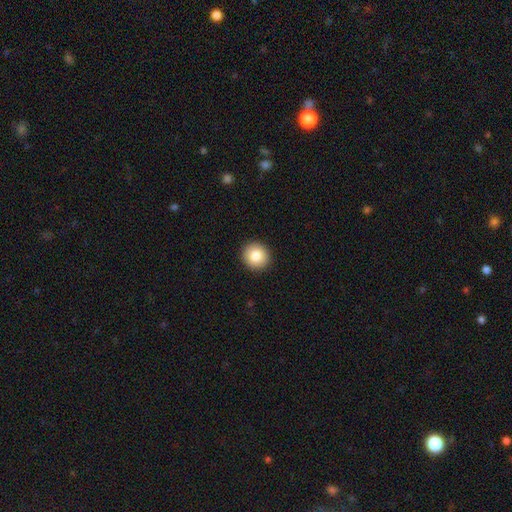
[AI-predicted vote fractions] Smooth or featured: smooth — 85% (star or artifact — 8%)
How rounded: round — 93% (in between — 6%)
Merging: none — 93% (minor disturbance — 5%)